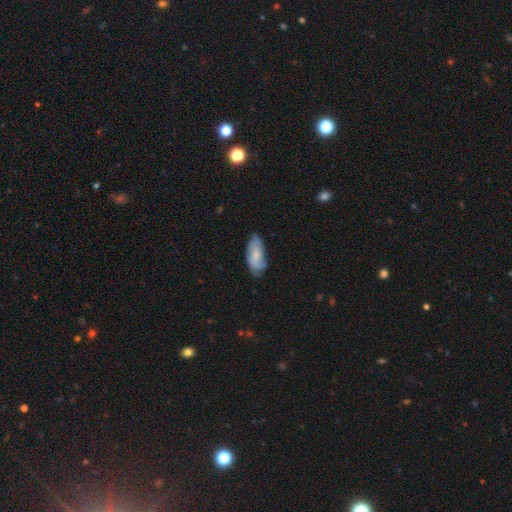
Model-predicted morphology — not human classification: Smooth or featured? smooth (65%)
How rounded? in between (87%)
Merging? none (65%)